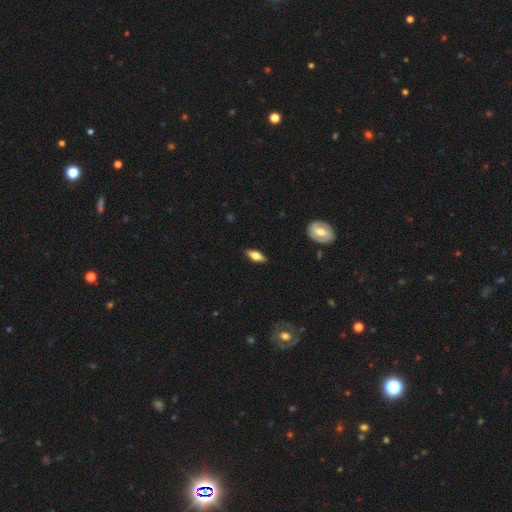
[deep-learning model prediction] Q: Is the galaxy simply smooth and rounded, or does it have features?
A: smooth — 51%.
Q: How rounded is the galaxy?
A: in between — 70%.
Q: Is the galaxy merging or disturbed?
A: none — 87%.